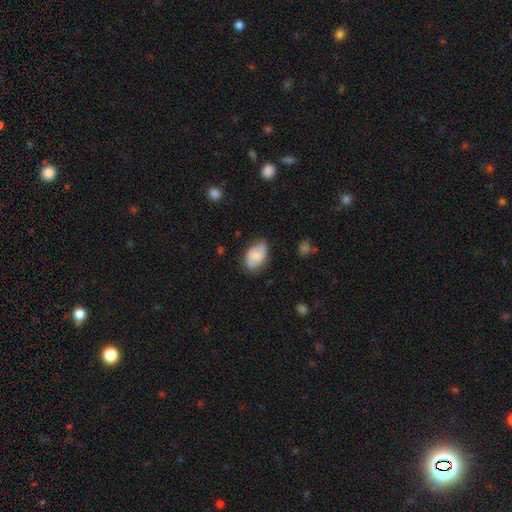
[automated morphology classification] Q: Smooth or featured?
A: smooth (55%); runner-up: featured or disk (37%)
Q: How rounded?
A: in between (89%); runner-up: round (10%)
Q: Merging?
A: none (70%); runner-up: minor disturbance (24%)